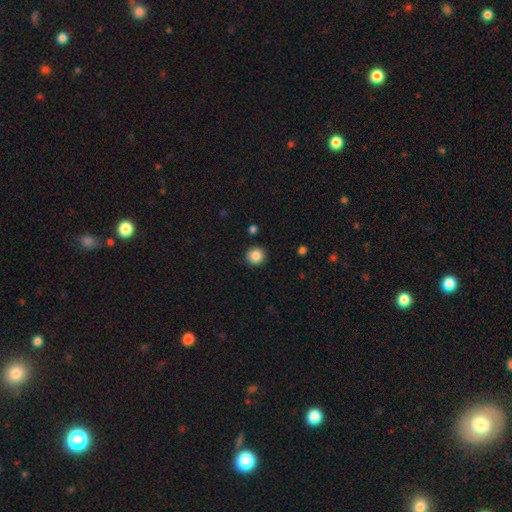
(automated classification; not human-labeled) smooth 87%, star or artifact 9%, featured or disk 4%. Down the decision tree: how rounded — round (94%); merging — none (91%).